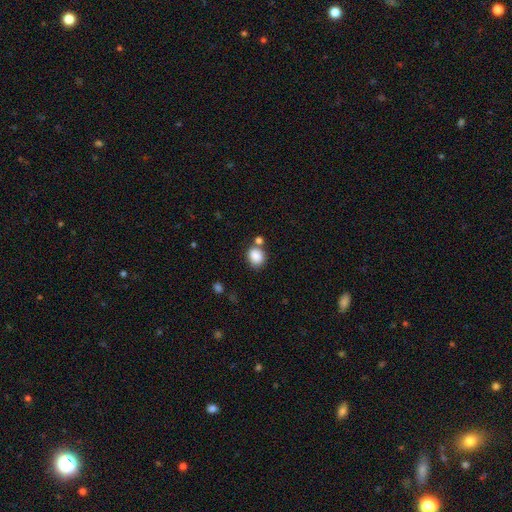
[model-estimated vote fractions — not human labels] Overall: smooth (87%). How rounded: round (56%; in between 43%). Merging: none (64%).